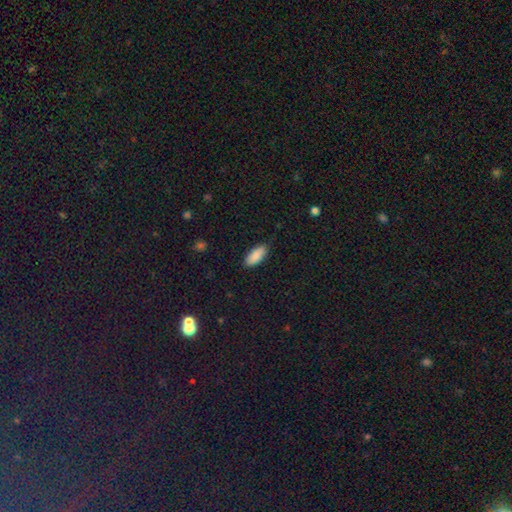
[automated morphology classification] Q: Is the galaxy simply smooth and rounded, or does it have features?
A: smooth — 89%.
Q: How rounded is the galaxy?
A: in between — 86%.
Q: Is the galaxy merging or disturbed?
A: none — 85%.